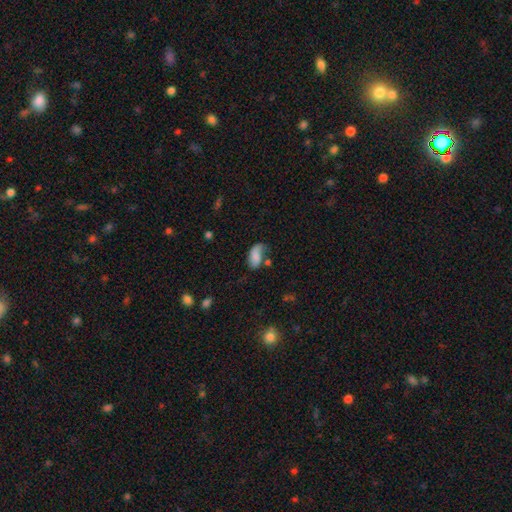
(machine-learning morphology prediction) smooth-or-featured: smooth: 73% | featured or disk: 17% | star or artifact: 9%
  how-rounded: in between: 92% | round: 4% | cigar-shaped: 4%
  merging: none: 39% | minor disturbance: 29% | major disturbance: 20% | merger: 12%